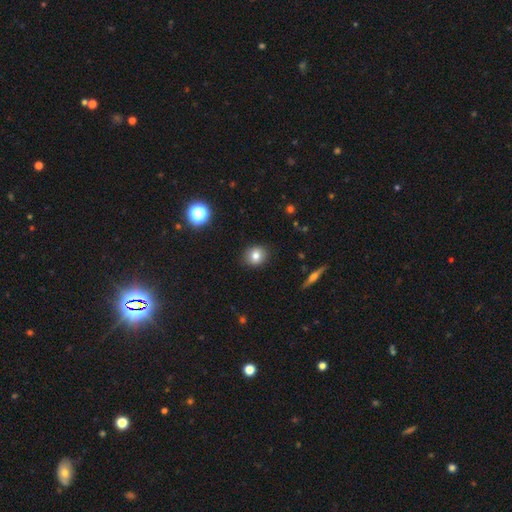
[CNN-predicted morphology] Smooth or featured? smooth (80%)
How rounded? round (77%)
Merging? none (90%)